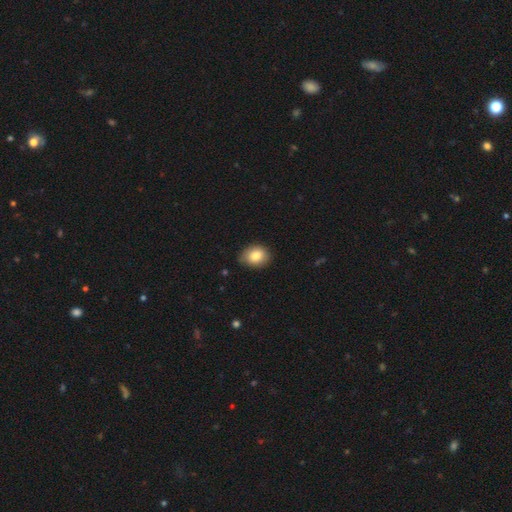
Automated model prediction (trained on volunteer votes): A smooth galaxy with no disk features (84%) that is in between round and cigar-shaped (54%).

Vote fractions:
- Smooth or featured? smooth: 84% / star or artifact: 8% / featured or disk: 8%
- How rounded? in between: 54% / round: 46% / cigar-shaped: 1%
- Merging? none: 77% / minor disturbance: 19% / major disturbance: 3% / merger: 1%